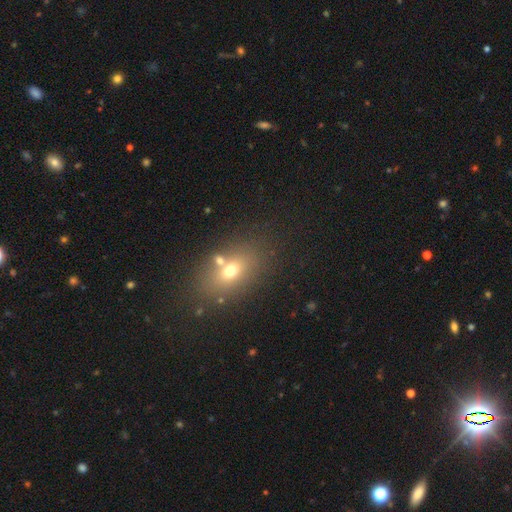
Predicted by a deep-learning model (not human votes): smooth 55%, star or artifact 29%, featured or disk 16%. Down the decision tree: how rounded — in between (66%); merging — none (72%).